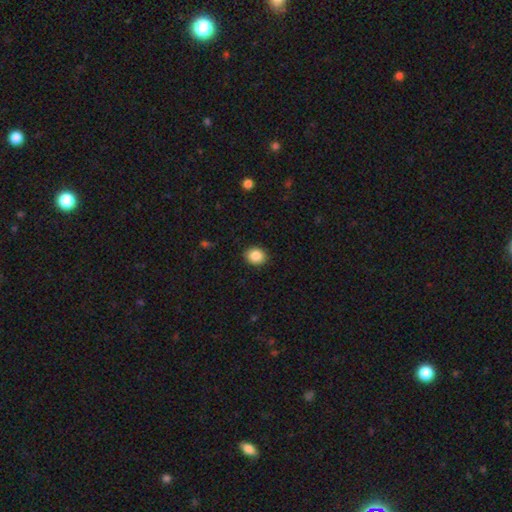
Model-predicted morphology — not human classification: A smooth galaxy with no disk features (87%) that is round (60%).

Vote fractions:
- Smooth or featured? smooth: 87% / star or artifact: 9% / featured or disk: 5%
- How rounded? round: 60% / in between: 39% / cigar-shaped: 1%
- Merging? none: 90% / minor disturbance: 7% / major disturbance: 2% / merger: 1%